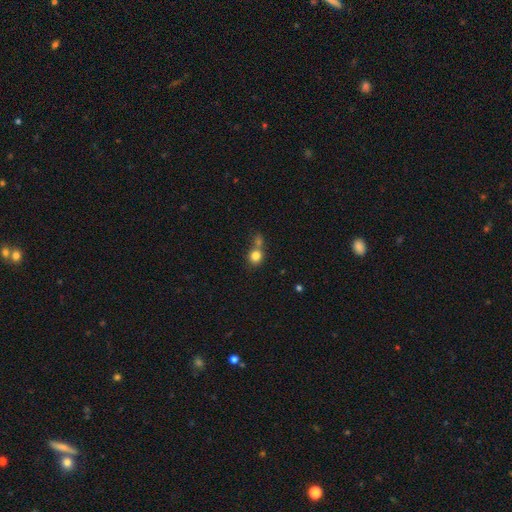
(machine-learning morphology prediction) Q: Smooth or featured?
A: smooth (80%); runner-up: star or artifact (11%)
Q: How rounded?
A: round (82%); runner-up: in between (17%)
Q: Merging?
A: none (46%); runner-up: merger (37%)